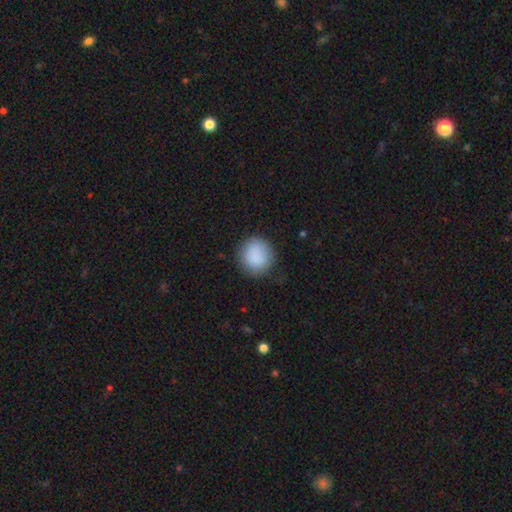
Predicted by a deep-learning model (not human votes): Smooth or featured? smooth (88%)
How rounded? round (89%)
Merging? none (79%)